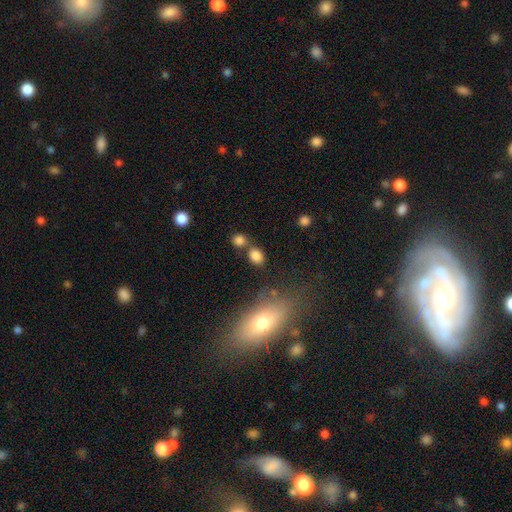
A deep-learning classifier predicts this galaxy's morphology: This is clearly a smooth galaxy (82%). How rounded: likely in between (63%). Merging: likely none (62%).